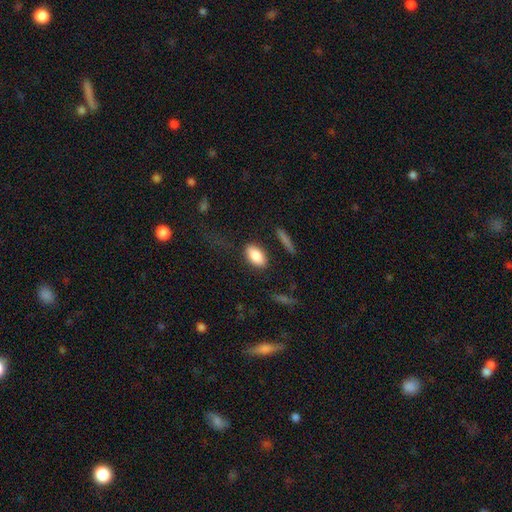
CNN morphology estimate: This is clearly a smooth galaxy (86%). How rounded: clearly in between (91%). Merging: clearly none (81%).